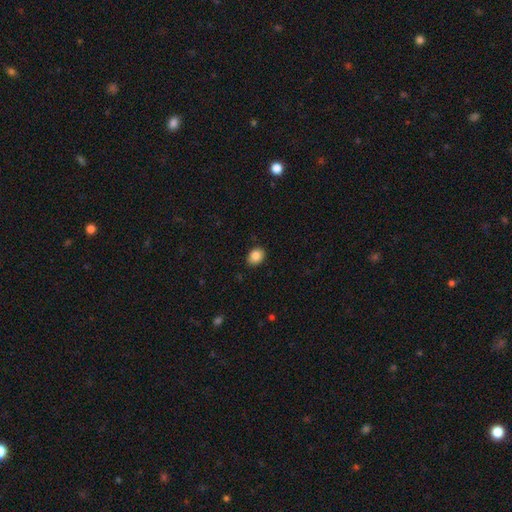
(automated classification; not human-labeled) This appears to be a smooth galaxy with no disk features (86%) that is in between round and cigar-shaped (59%). Merging: none (88%).